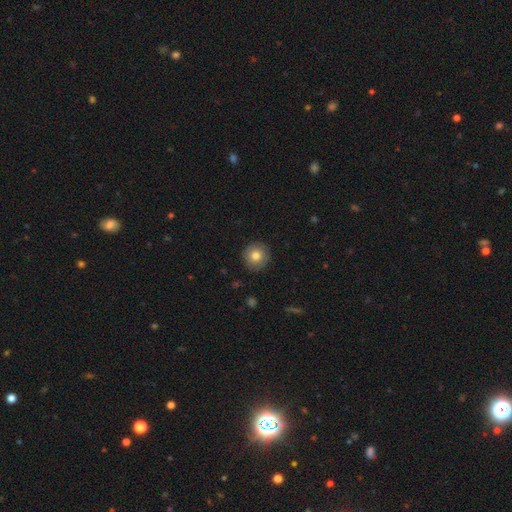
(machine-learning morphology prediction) This is likely a smooth galaxy (79%). How rounded: clearly round (95%). Merging: clearly none (91%).